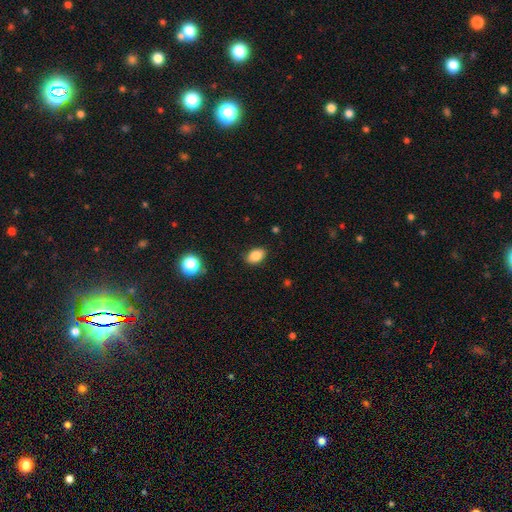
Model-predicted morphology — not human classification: A smooth galaxy with no disk features (85%) that is in between round and cigar-shaped (82%).

Vote fractions:
- Smooth or featured? smooth: 85% / star or artifact: 9% / featured or disk: 5%
- How rounded? in between: 82% / round: 16% / cigar-shaped: 1%
- Merging? none: 86% / minor disturbance: 11% / major disturbance: 2% / merger: 1%